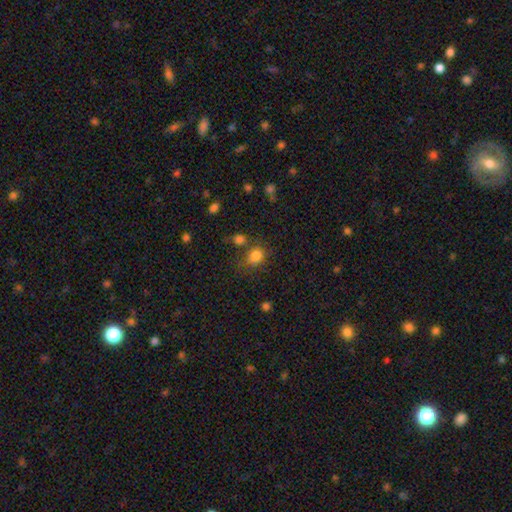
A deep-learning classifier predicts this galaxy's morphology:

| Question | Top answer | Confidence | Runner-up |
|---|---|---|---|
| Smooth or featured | smooth | 82% | star or artifact (12%) |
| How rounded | round | 61% | in between (38%) |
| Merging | none | 66% | minor disturbance (14%) |